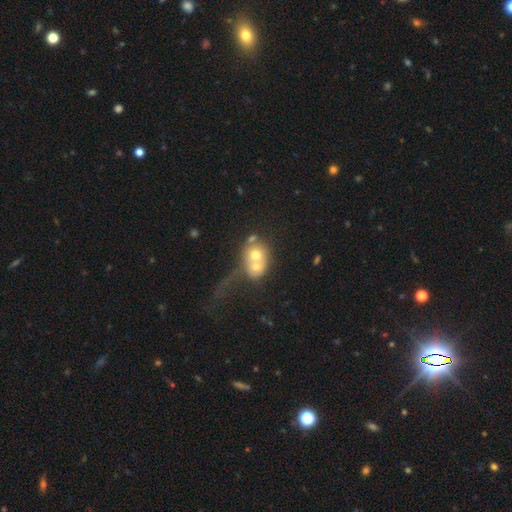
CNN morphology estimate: smooth-or-featured: smooth: 55% | featured or disk: 34% | star or artifact: 11%
  how-rounded: round: 61% | in between: 37% | cigar-shaped: 2%
  merging: merger: 71% | none: 12% | major disturbance: 11% | minor disturbance: 5%